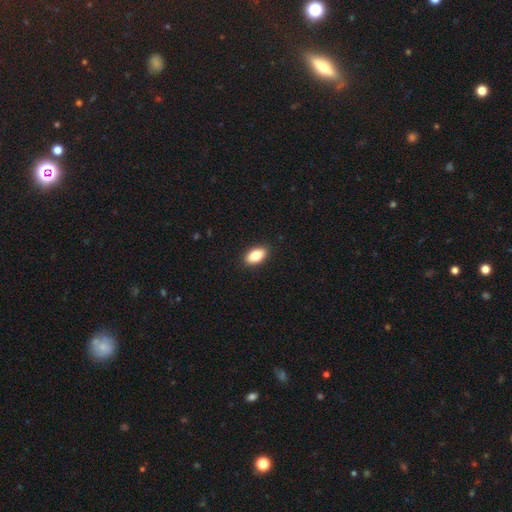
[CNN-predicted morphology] Smooth or featured? smooth (82%)
How rounded? in between (91%)
Merging? none (91%)